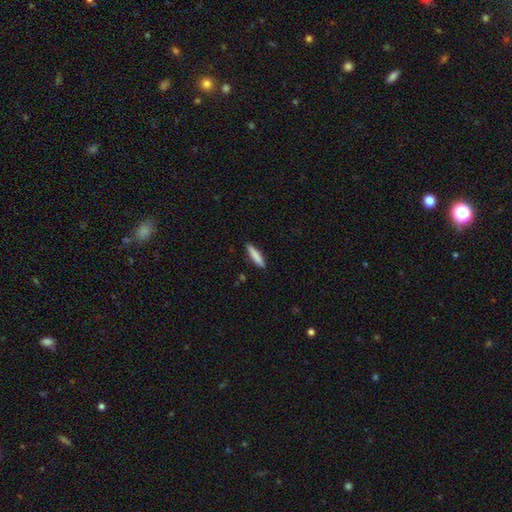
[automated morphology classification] Smooth or featured? smooth (84%)
How rounded? cigar-shaped (83%)
Merging? none (88%)